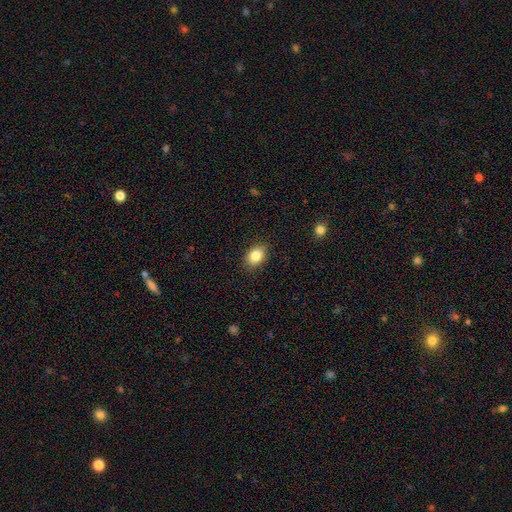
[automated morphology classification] smooth_or_featured: smooth (p=0.85) [alt: star or artifact p=0.09]
how_rounded: in between (p=0.79) [alt: round p=0.19]
merging: none (p=0.88) [alt: minor disturbance p=0.09]